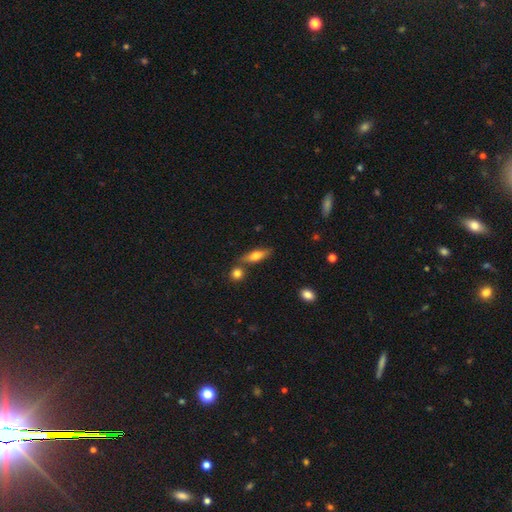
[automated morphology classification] Overall: smooth (62%; featured or disk 31%). How rounded: in between (50%; cigar-shaped 47%). Merging: none (71%).